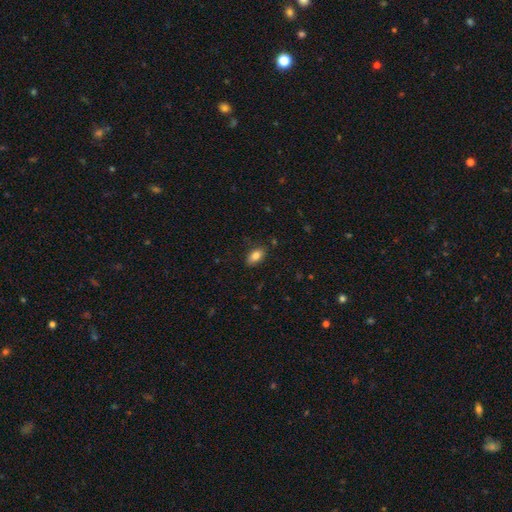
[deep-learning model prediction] This is clearly a smooth galaxy (83%). How rounded: clearly in between (90%). Merging: clearly none (83%).